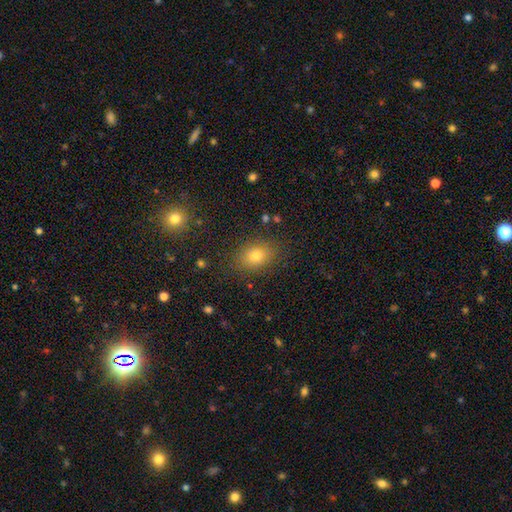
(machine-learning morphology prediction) This appears to be a smooth galaxy with no disk features (77%) that is in between round and cigar-shaped (68%). Merging: none (84%).